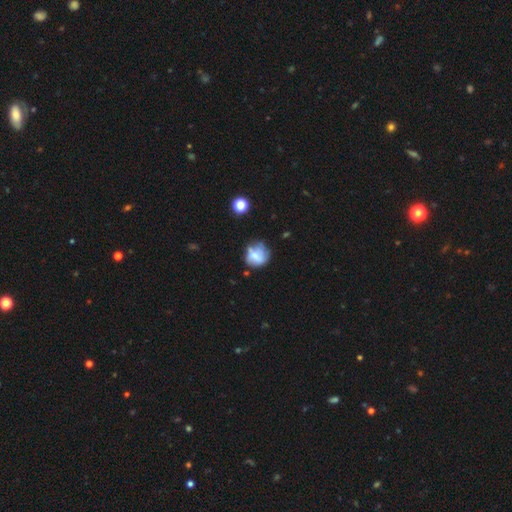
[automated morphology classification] Smooth or featured?
  - smooth: 56% *
  - featured or disk: 33%
  - star or artifact: 11%
How rounded?
  - round: 79% *
  - in between: 20%
  - cigar-shaped: 1%
Merging?
  - none: 50% *
  - minor disturbance: 27%
  - major disturbance: 14%
  - merger: 9%